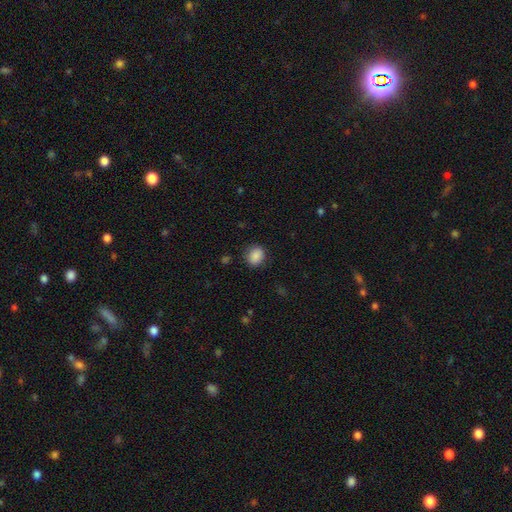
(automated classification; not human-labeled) The model was most divided on "how rounded": round: 56%, in between: 43%, cigar-shaped: 1%. More confident: smooth or featured — smooth (87%); merging — none (84%).